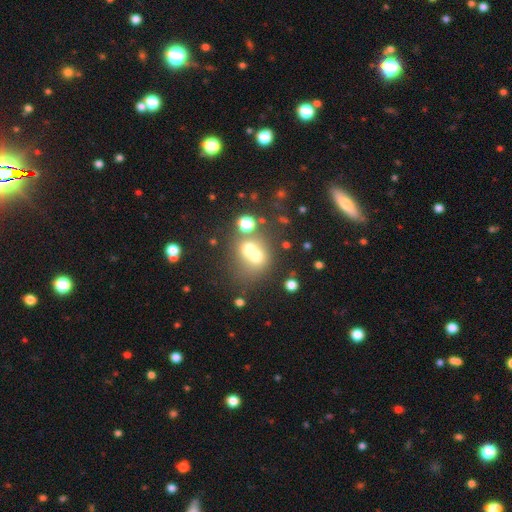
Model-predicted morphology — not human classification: This appears to be a smooth galaxy with no disk features (60%) that is round (73%). Merging: merger (59%).